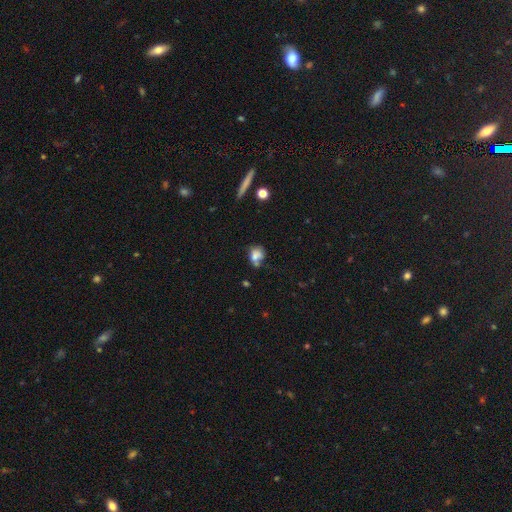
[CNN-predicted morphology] smooth-or-featured: smooth: 74% | featured or disk: 15% | star or artifact: 12%
  how-rounded: round: 54% | in between: 45% | cigar-shaped: 2%
  merging: none: 38% | merger: 26% | minor disturbance: 23% | major disturbance: 12%